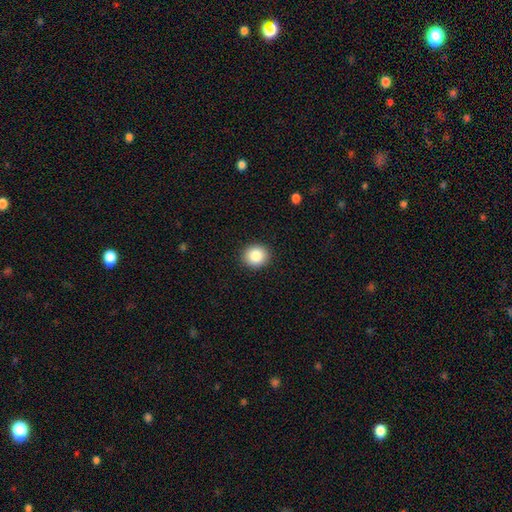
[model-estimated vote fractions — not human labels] smooth-or-featured: smooth: 86% | star or artifact: 9% | featured or disk: 5%
  how-rounded: round: 80% | in between: 19% | cigar-shaped: 1%
  merging: none: 91% | minor disturbance: 6% | major disturbance: 2% | merger: 1%